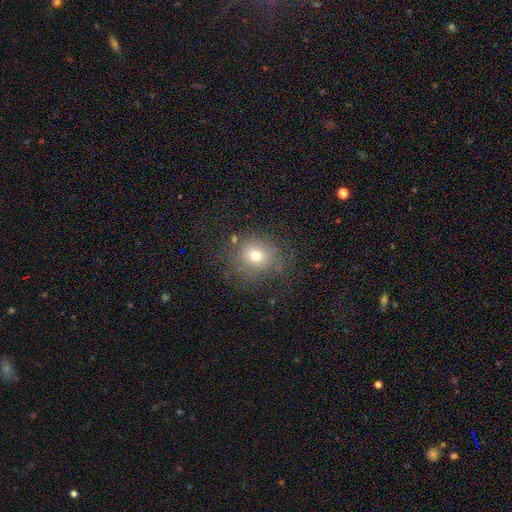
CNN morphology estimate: Q: Smooth or featured?
A: smooth (70%); runner-up: featured or disk (15%)
Q: How rounded?
A: round (75%); runner-up: in between (24%)
Q: Merging?
A: none (72%); runner-up: minor disturbance (16%)